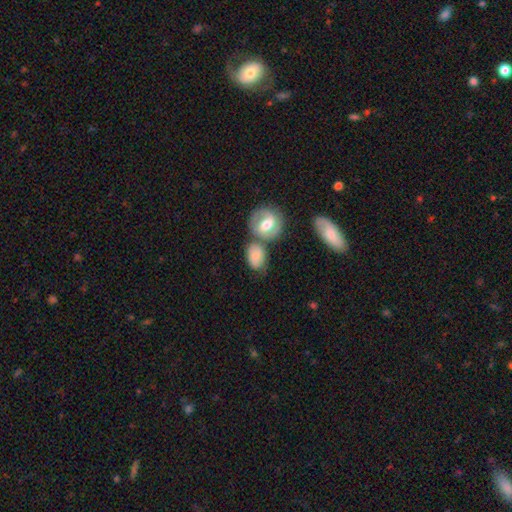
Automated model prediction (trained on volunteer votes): Smooth or featured?
  - smooth: 66% *
  - featured or disk: 27%
  - star or artifact: 7%
How rounded?
  - in between: 74% *
  - round: 24%
  - cigar-shaped: 2%
Merging?
  - none: 42% *
  - merger: 32%
  - minor disturbance: 19%
  - major disturbance: 7%